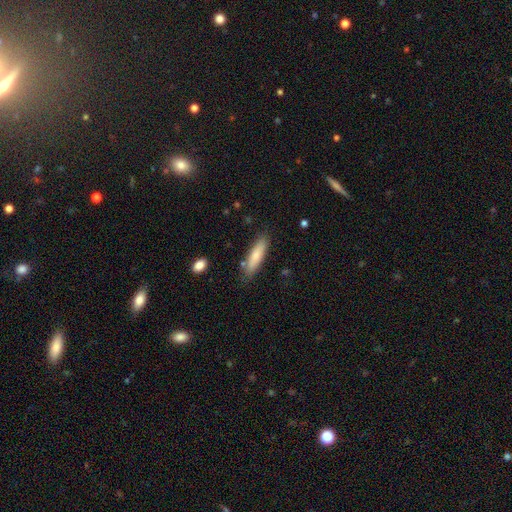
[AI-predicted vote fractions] smooth-or-featured: smooth: 79% | featured or disk: 15% | star or artifact: 6%
  how-rounded: cigar-shaped: 67% | in between: 31% | round: 1%
  merging: none: 81% | minor disturbance: 14% | merger: 3% | major disturbance: 3%